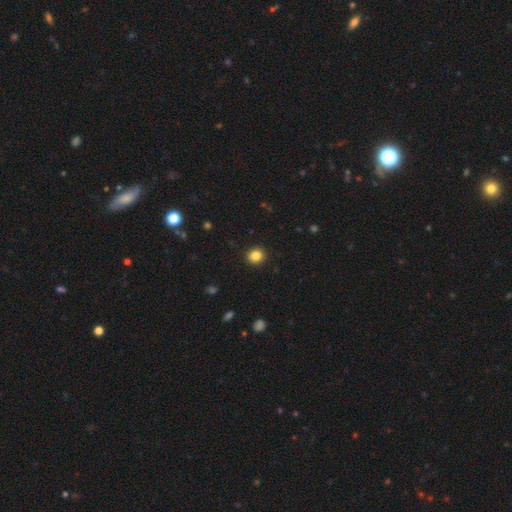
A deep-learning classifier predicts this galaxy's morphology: smooth-or-featured: smooth: 85% | star or artifact: 11% | featured or disk: 5%
  how-rounded: round: 81% | in between: 18% | cigar-shaped: 1%
  merging: none: 92% | minor disturbance: 5% | major disturbance: 2% | merger: 1%